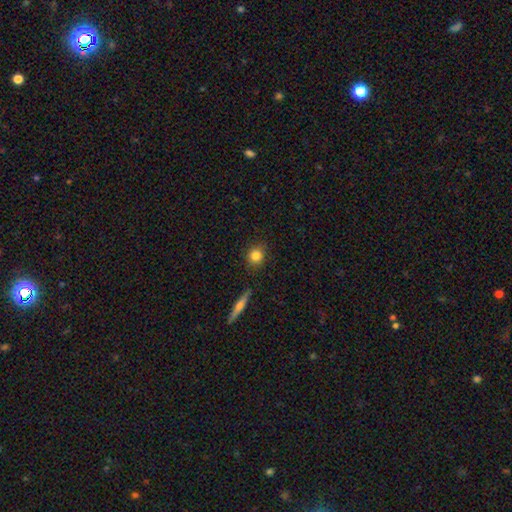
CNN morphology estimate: Q: Smooth or featured?
A: smooth (82%); runner-up: star or artifact (10%)
Q: How rounded?
A: round (83%); runner-up: in between (15%)
Q: Merging?
A: none (86%); runner-up: minor disturbance (9%)